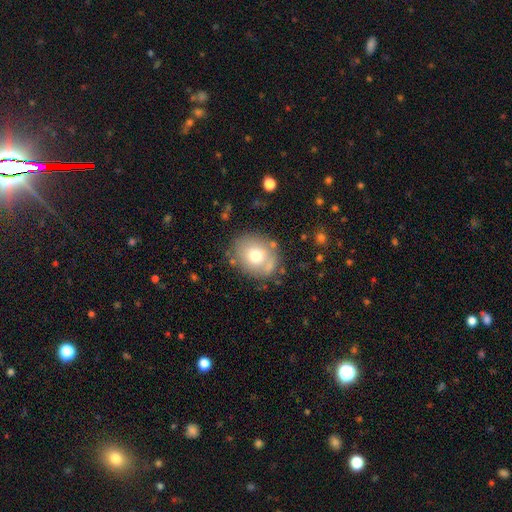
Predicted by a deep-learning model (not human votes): smooth_or_featured: smooth (p=0.68) [alt: featured or disk p=0.22]
how_rounded: round (p=0.63) [alt: in between p=0.36]
merging: none (p=0.74) [alt: minor disturbance p=0.15]